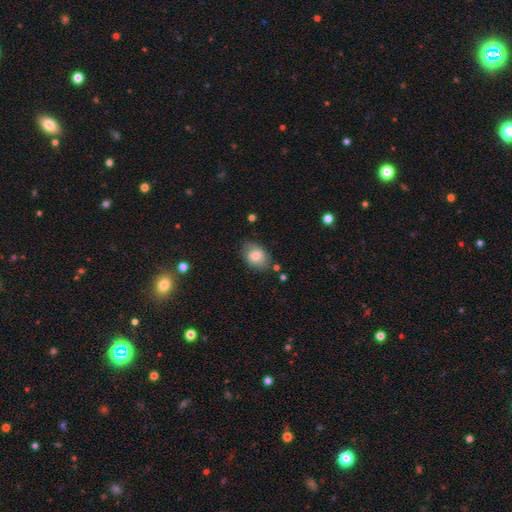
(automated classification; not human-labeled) A smooth galaxy with no disk features (75%) that is in between round and cigar-shaped (75%). Merging: none (74%).